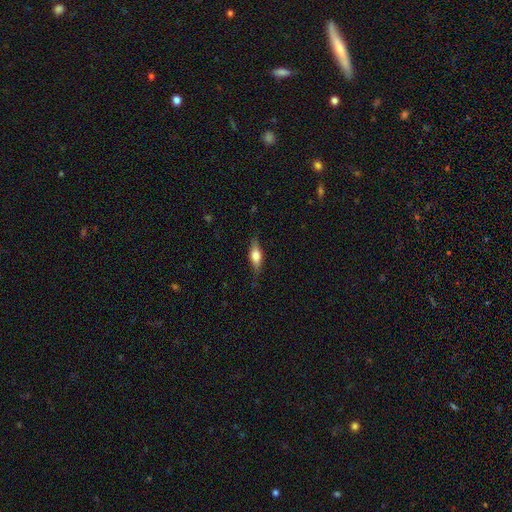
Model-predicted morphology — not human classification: This appears to be a smooth galaxy with no disk features (55%) that is in between round and cigar-shaped (54%). Merging: none (81%).